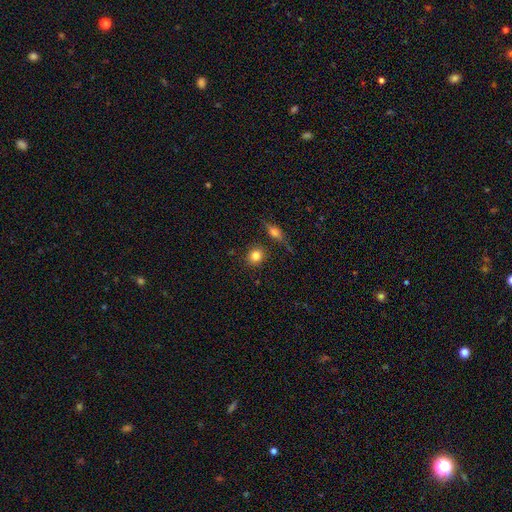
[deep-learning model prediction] This is clearly a smooth galaxy (82%). How rounded: clearly round (83%). Merging: clearly none (82%).